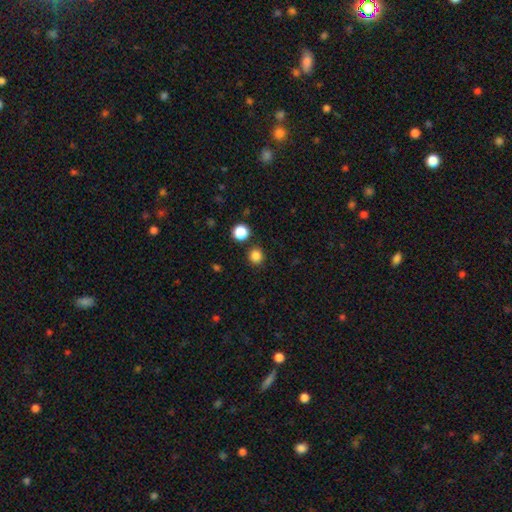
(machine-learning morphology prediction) Smooth or featured? smooth (84%)
How rounded? round (90%)
Merging? none (86%)